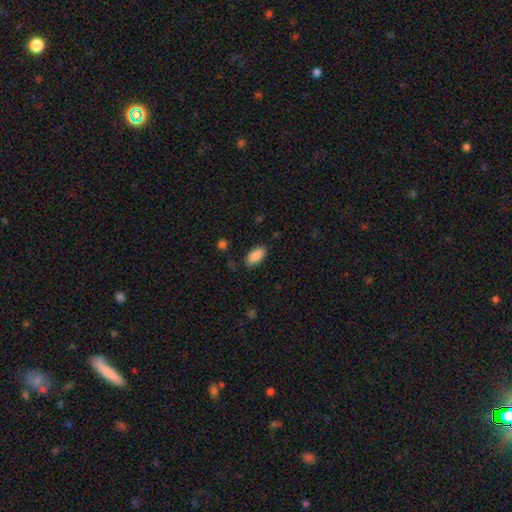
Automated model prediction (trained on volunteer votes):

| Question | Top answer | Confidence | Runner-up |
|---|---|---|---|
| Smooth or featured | smooth | 88% | star or artifact (7%) |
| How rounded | in between | 94% | cigar-shaped (4%) |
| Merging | none | 83% | minor disturbance (12%) |